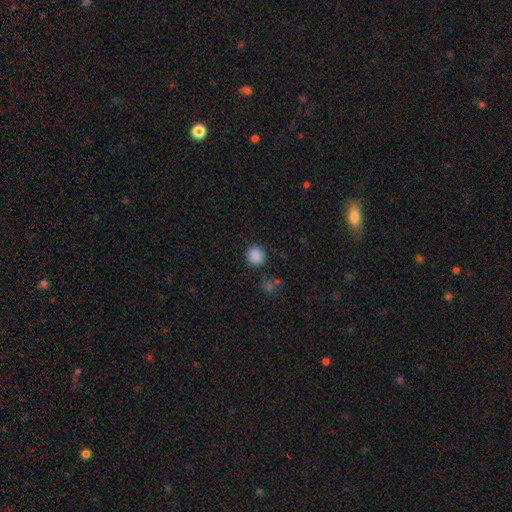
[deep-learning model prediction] Smooth or featured? smooth (86%)
How rounded? round (81%)
Merging? none (83%)